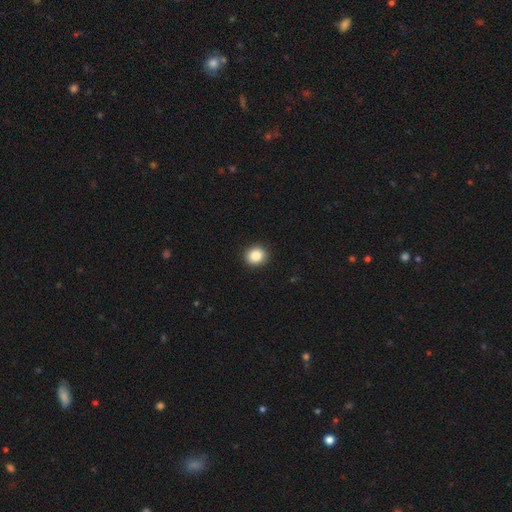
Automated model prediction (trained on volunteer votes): smooth-or-featured: smooth: 88% | star or artifact: 9% | featured or disk: 3%
  how-rounded: round: 81% | in between: 18% | cigar-shaped: 1%
  merging: none: 91% | minor disturbance: 6% | major disturbance: 2% | merger: 1%